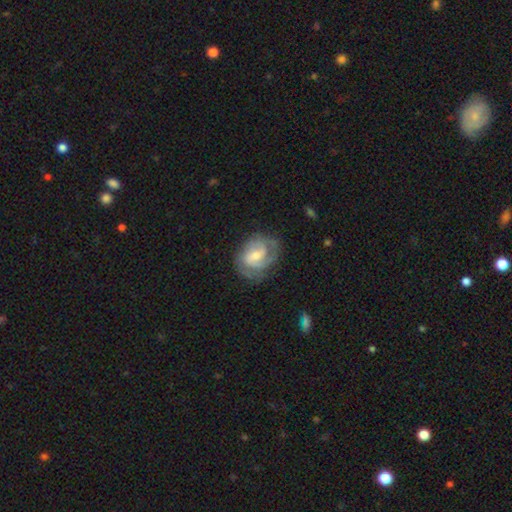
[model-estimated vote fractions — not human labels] A featured or disk galaxy (79%) with a weak bar (55%), 2 (49%) tight (45%) spiral arms (93%) and a moderate central bulge (49%).

Vote fractions:
- Smooth or featured? featured or disk: 79% / smooth: 15% / star or artifact: 5%
- Edge-on disk? no: 98% / yes: 2%
- Bar? weak: 55% / no: 31% / strong: 14%
- Spiral arms? yes: 93% / no: 7%
- Spiral winding? tight: 45% / medium: 42% / loose: 13%
- Spiral arm count? 2: 49% / can't tell: 21% / 3: 16% / 1: 7% / 4: 3% / more than 4: 3%
- Bulge size? moderate: 49% / small: 43% / large: 4% / none: 3% / dominant: 1%
- Merging? none: 65% / minor disturbance: 22% / major disturbance: 12% / merger: 2%